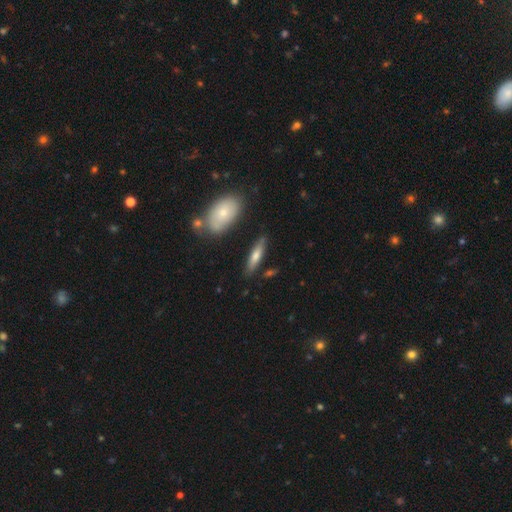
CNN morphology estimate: The model was most divided on "smooth or featured": smooth: 60%, featured or disk: 34%, star or artifact: 6%. More confident: merging — none (82%); how rounded — cigar-shaped (71%).